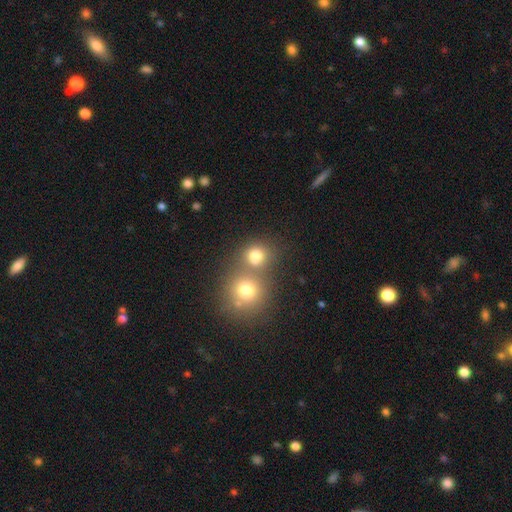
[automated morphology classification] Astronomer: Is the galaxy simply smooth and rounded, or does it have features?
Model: smooth — 76%.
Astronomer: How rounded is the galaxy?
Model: round — 83%.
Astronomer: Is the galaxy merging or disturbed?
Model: none — 47% (runner-up: merger, 43%).